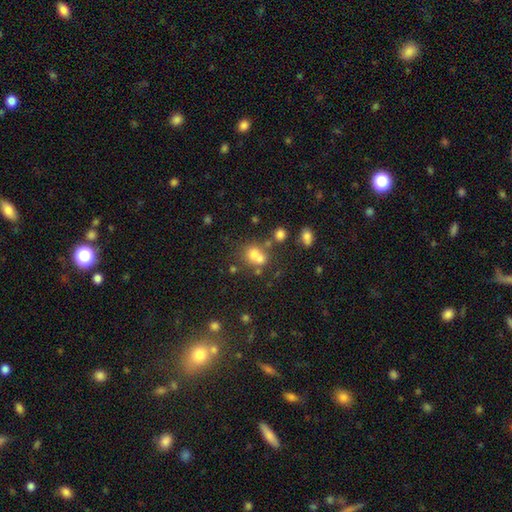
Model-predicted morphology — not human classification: smooth 65%, featured or disk 18%, star or artifact 17%. Down the decision tree: how rounded — round (71%); merging — merger (50%).